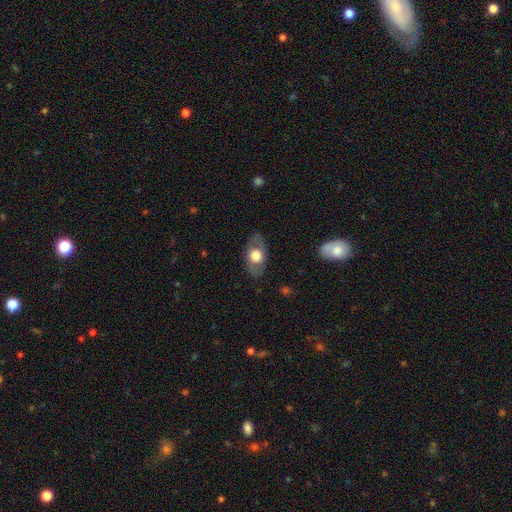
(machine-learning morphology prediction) smooth_or_featured: smooth (p=0.51) [alt: featured or disk p=0.44]
how_rounded: in between (p=0.83) [alt: round p=0.15]
merging: none (p=0.81) [alt: minor disturbance p=0.13]